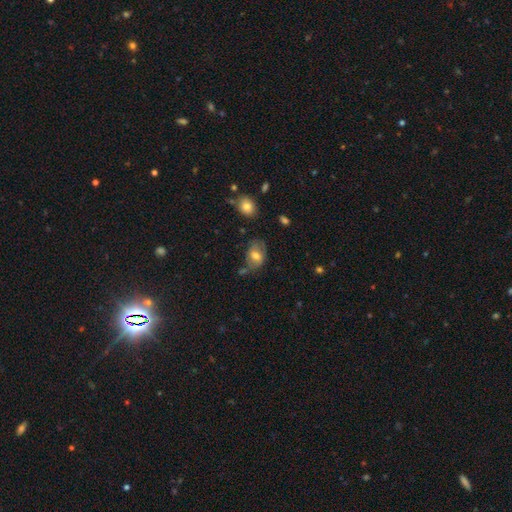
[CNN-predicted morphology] Overall: smooth (62%; featured or disk 29%). How rounded: in between (79%). Merging: none (52%; minor disturbance 29%).